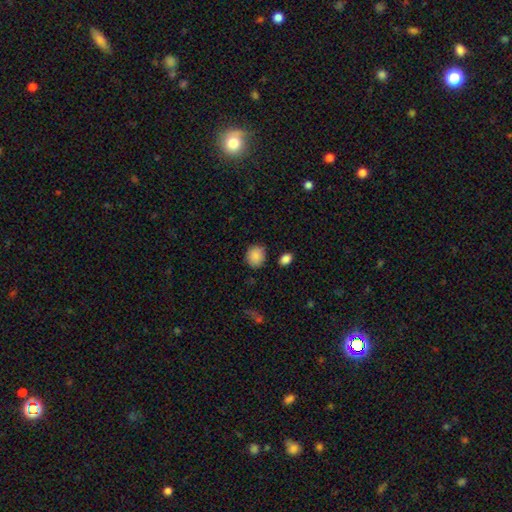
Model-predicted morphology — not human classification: Smooth or featured?
  - smooth: 87% *
  - star or artifact: 8%
  - featured or disk: 5%
How rounded?
  - round: 75% *
  - in between: 24%
  - cigar-shaped: 1%
Merging?
  - none: 81% *
  - minor disturbance: 13%
  - merger: 3%
  - major disturbance: 3%